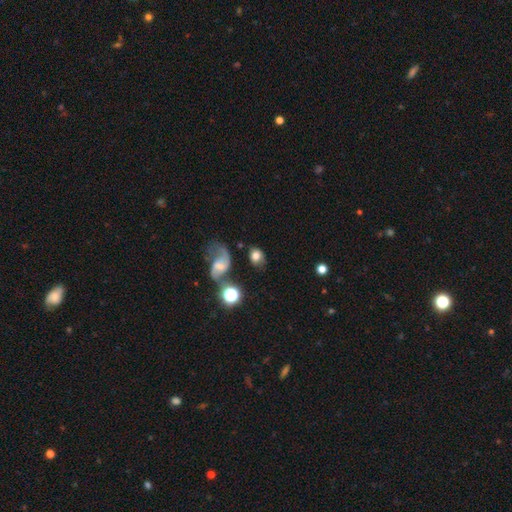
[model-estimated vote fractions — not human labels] Smooth or featured: smooth — 67% (featured or disk — 22%)
How rounded: in between — 52% (round — 46%)
Merging: none — 59% (minor disturbance — 19%)